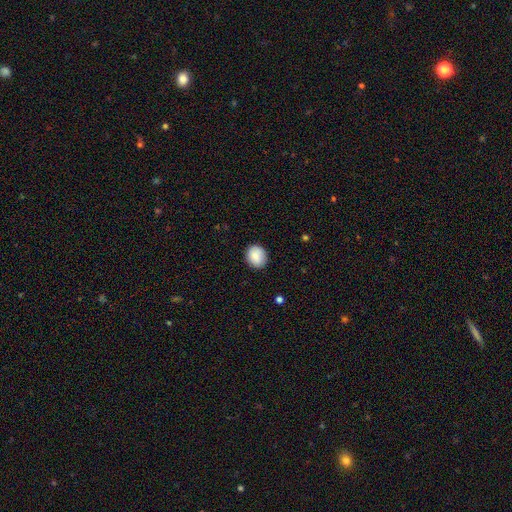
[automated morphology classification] This appears to be a smooth galaxy with no disk features (87%) that is round (69%). Merging: none (87%).